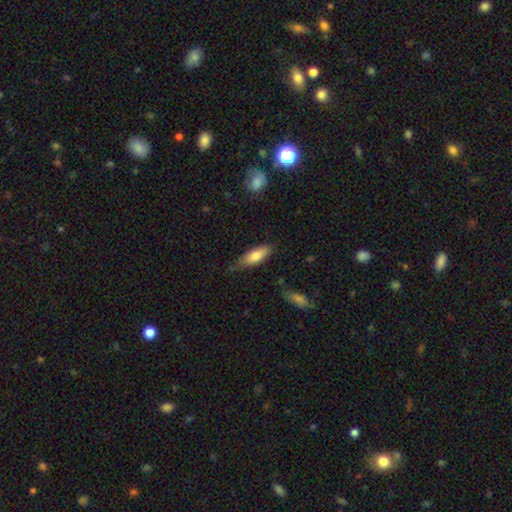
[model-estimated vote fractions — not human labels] smooth-or-featured: smooth: 78% | featured or disk: 16% | star or artifact: 6%
  how-rounded: in between: 62% | cigar-shaped: 37% | round: 2%
  merging: none: 64% | minor disturbance: 28% | major disturbance: 6% | merger: 2%